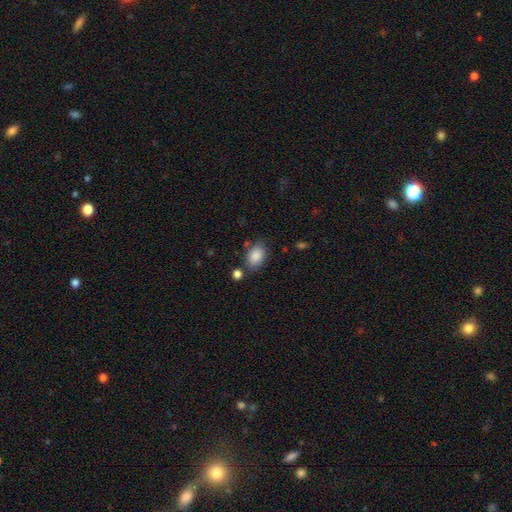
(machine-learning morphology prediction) smooth_or_featured: smooth (p=0.88) [alt: star or artifact p=0.08]
how_rounded: in between (p=0.83) [alt: round p=0.16]
merging: none (p=0.74) [alt: minor disturbance p=0.15]